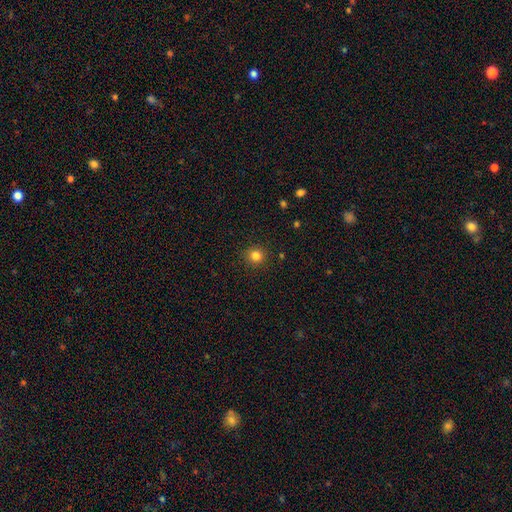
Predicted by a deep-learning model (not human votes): Overall: smooth (83%). How rounded: round (93%). Merging: none (91%).